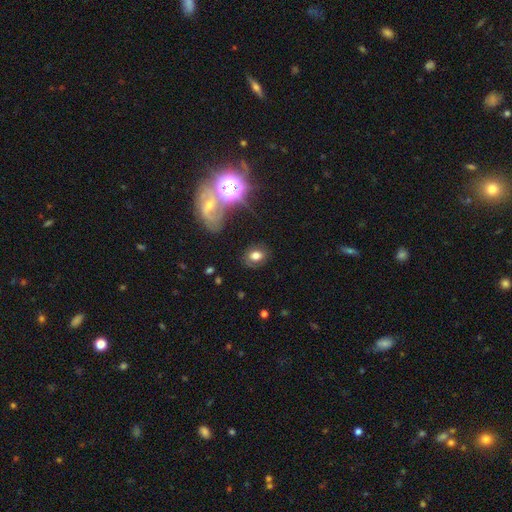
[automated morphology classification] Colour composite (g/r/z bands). It shows a smooth galaxy with no disk features (67%) that is in between round and cigar-shaped (57%). Merging: none (77%).